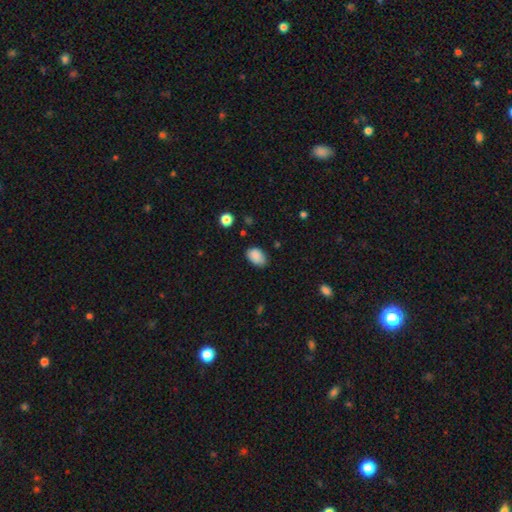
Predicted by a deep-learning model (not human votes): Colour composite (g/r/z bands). It shows a smooth galaxy with no disk features (88%) that is in between round and cigar-shaped (86%). Merging: none (77%).